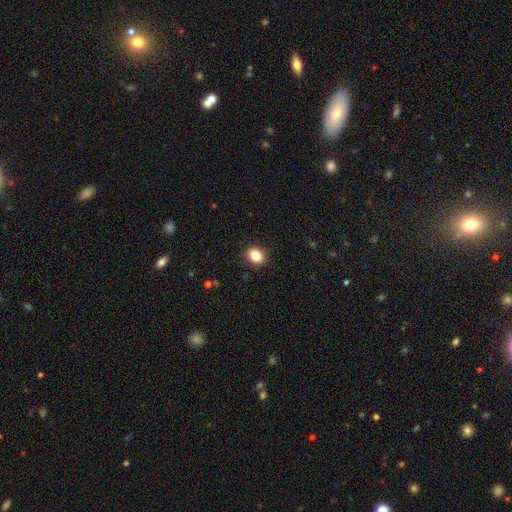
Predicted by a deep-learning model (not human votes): Smooth or featured?
  - smooth: 86% *
  - star or artifact: 10%
  - featured or disk: 5%
How rounded?
  - in between: 52% *
  - round: 47%
  - cigar-shaped: 1%
Merging?
  - none: 88% *
  - minor disturbance: 9%
  - major disturbance: 2%
  - merger: 1%